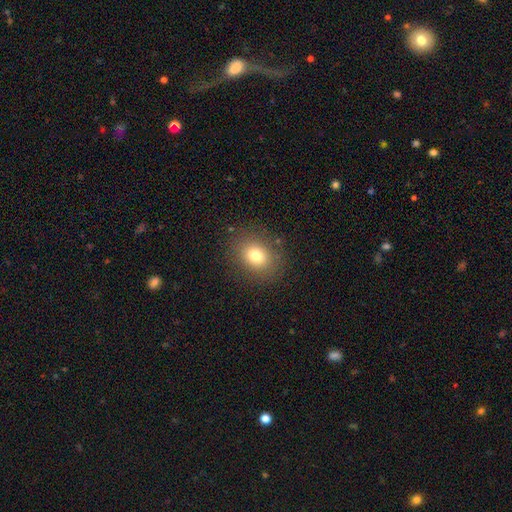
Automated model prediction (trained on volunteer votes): smooth-or-featured: smooth: 78% | star or artifact: 12% | featured or disk: 10%
  how-rounded: round: 50% (tied) | in between: 50% (tied) | cigar-shaped: 1%
  merging: none: 85% | minor disturbance: 9% | major disturbance: 4% | merger: 1%